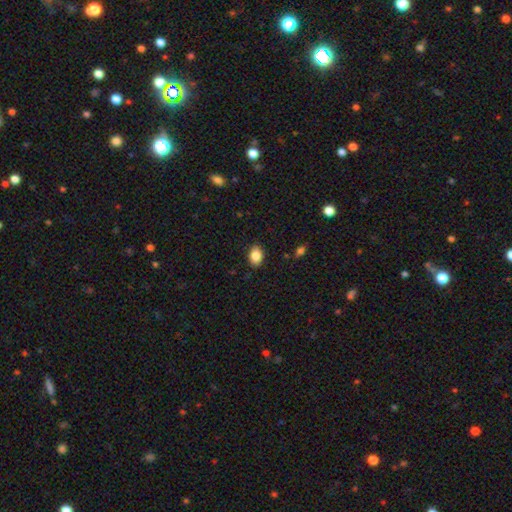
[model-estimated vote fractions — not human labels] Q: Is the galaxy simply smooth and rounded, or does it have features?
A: smooth — 86%.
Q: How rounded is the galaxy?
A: in between — 80%.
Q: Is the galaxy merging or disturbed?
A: none — 88%.